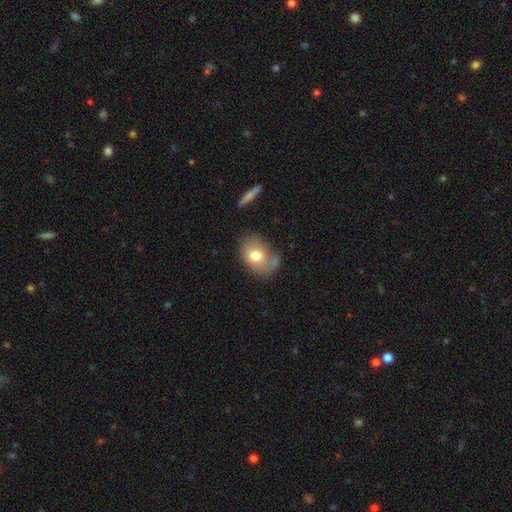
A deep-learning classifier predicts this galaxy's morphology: The model was most divided on "merging": none: 49%, minor disturbance: 26%, major disturbance: 13%, merger: 12%. More confident: smooth or featured — smooth (73%); how rounded — in between (70%).